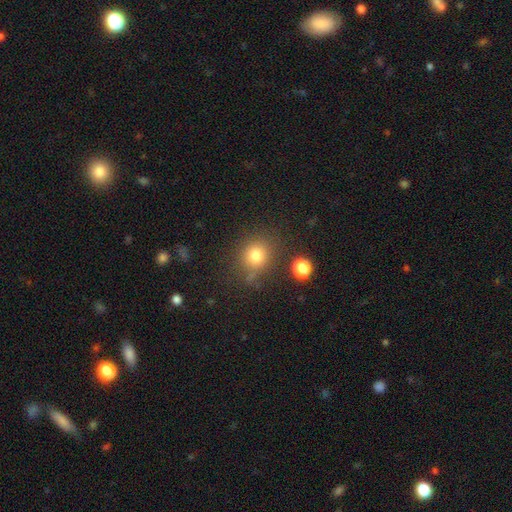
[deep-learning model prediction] Overall: smooth (78%). How rounded: round (79%). Merging: none (75%).